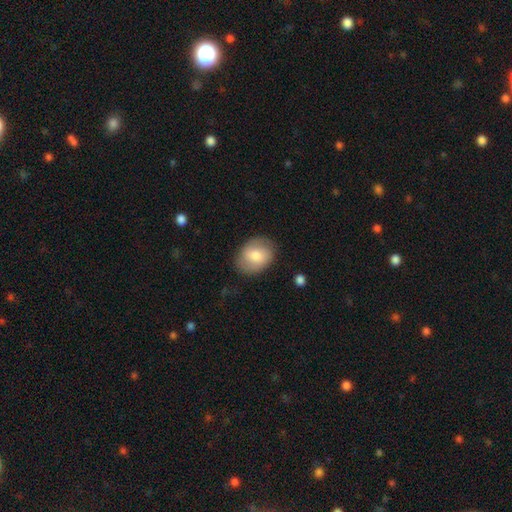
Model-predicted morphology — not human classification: The model was most divided on "how rounded": in between: 61%, round: 38%, cigar-shaped: 1%. More confident: merging — none (81%); smooth or featured — smooth (71%).